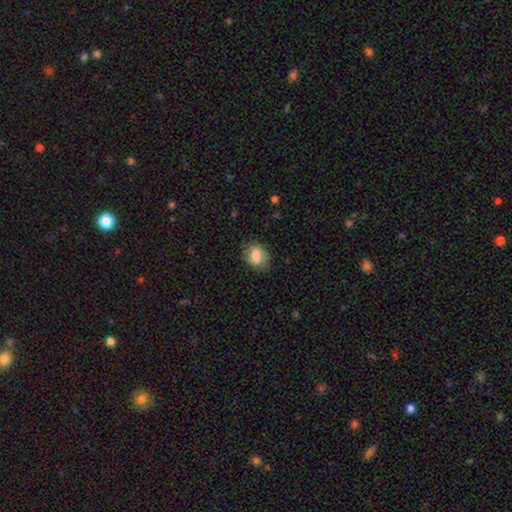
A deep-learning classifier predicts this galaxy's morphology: smooth_or_featured: smooth (p=0.79) [alt: featured or disk p=0.13]
how_rounded: in between (p=0.60) [alt: round p=0.39]
merging: none (p=0.78) [alt: minor disturbance p=0.16]